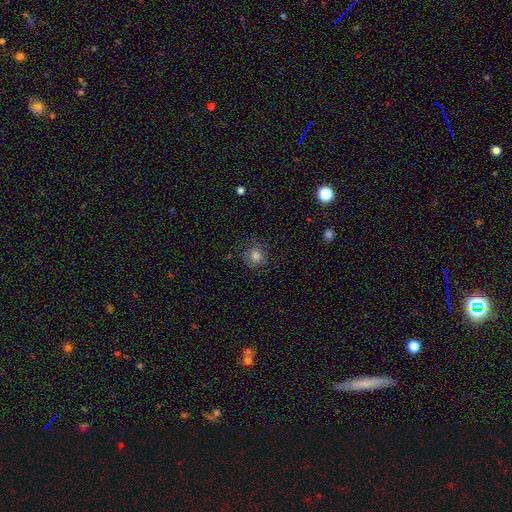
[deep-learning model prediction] The model was most divided on "merging": none: 79%, minor disturbance: 14%, major disturbance: 5%, merger: 1%. More confident: how rounded — round (90%); smooth or featured — smooth (80%).